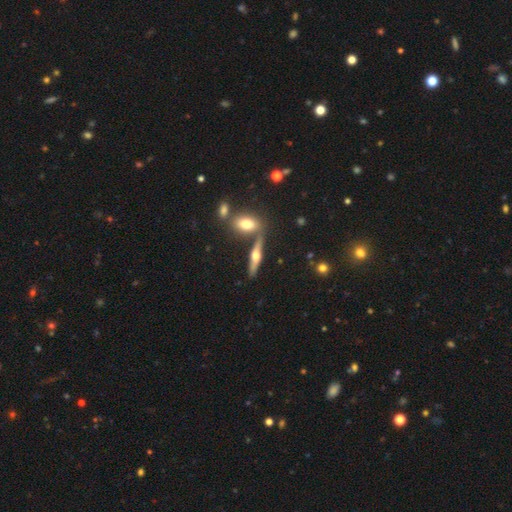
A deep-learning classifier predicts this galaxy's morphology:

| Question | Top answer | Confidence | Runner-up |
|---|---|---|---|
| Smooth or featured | featured or disk | 65% | smooth (28%) |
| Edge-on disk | yes | 94% | no (6%) |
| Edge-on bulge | rounded | 95% | boxy (3%) |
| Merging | none | 73% | merger (14%) |